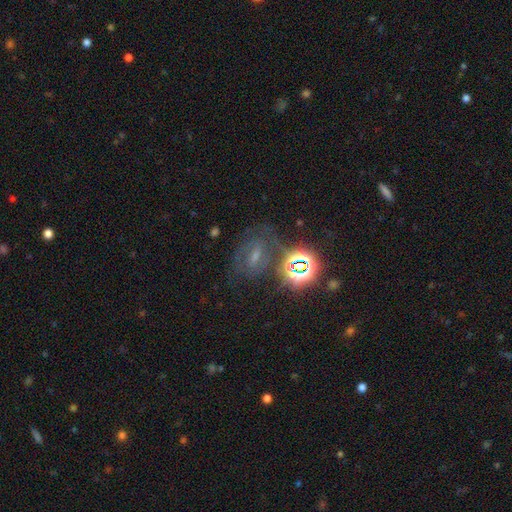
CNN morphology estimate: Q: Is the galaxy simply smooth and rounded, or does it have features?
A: star or artifact — 38%.